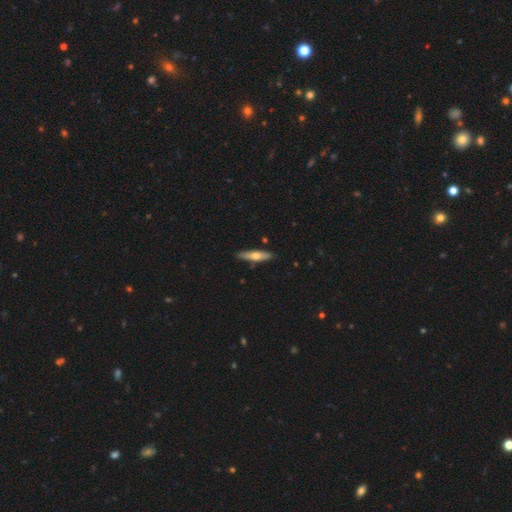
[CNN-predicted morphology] A smooth galaxy with no disk features (54%) that is cigar-shaped (76%). Merging: none (87%).